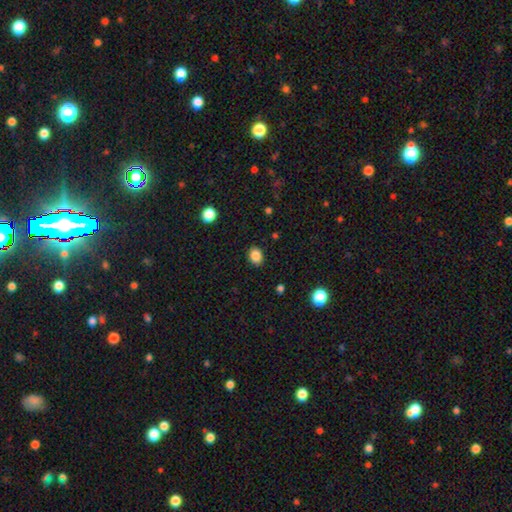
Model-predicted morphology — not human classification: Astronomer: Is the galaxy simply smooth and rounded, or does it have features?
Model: smooth — 86%.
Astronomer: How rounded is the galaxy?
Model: in between — 60% (runner-up: round, 39%).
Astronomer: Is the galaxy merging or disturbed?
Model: none — 89%.